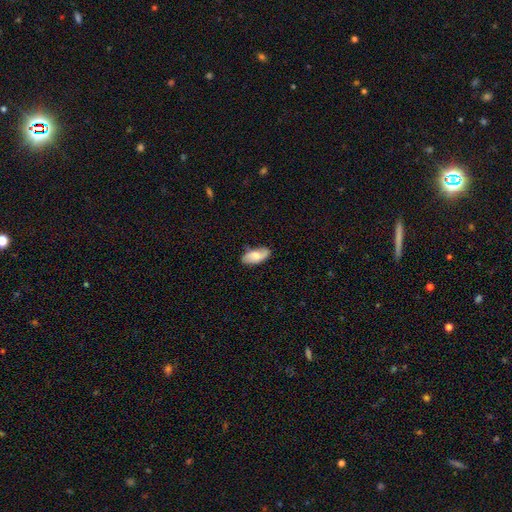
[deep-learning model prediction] smooth 65%, featured or disk 29%, star or artifact 7%. Down the decision tree: how rounded — in between (89%); merging — none (76%).